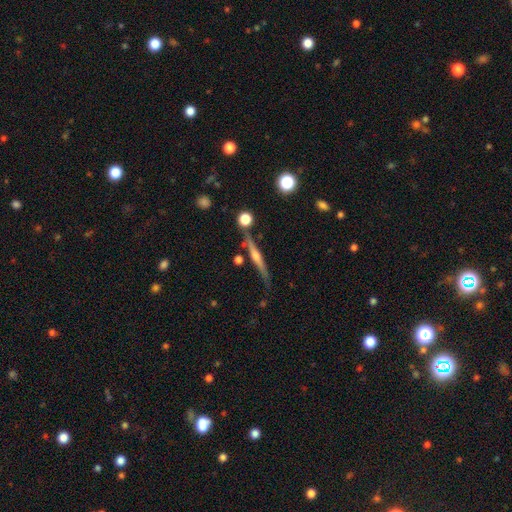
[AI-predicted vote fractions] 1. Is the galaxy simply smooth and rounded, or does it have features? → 72% featured or disk, 21% smooth, 7% star or artifact.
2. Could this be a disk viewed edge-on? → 97% yes, 3% no.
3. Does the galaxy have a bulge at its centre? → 82% rounded, 11% none, 7% boxy.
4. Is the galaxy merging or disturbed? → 77% none, 13% minor disturbance, 6% merger, 3% major disturbance.